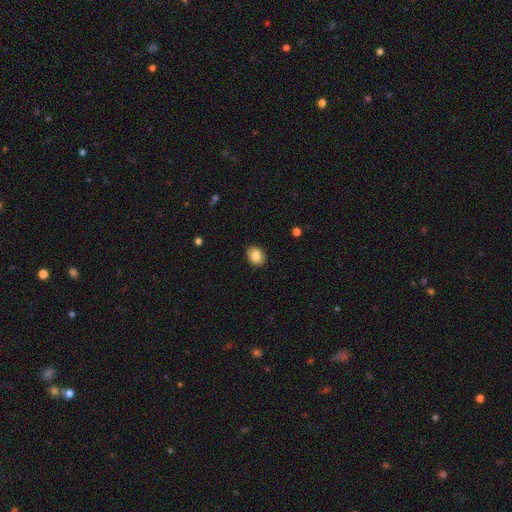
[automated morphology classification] Smooth or featured? smooth (85%)
How rounded? in between (53%)
Merging? none (90%)